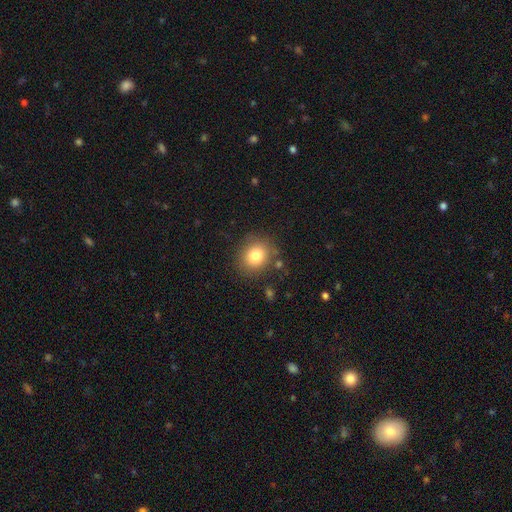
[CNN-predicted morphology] A smooth galaxy with no disk features (80%) that is round (71%). Merging: none (83%).